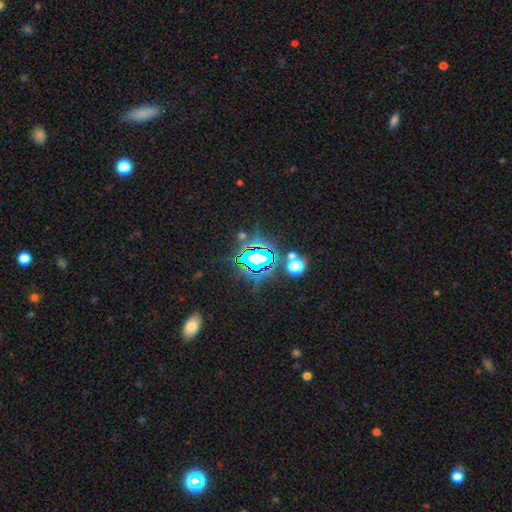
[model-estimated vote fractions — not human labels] Morphology: type=star or artifact (73%).